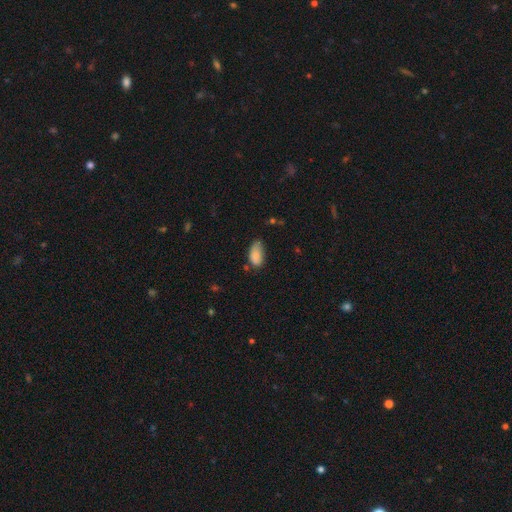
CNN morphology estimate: smooth-or-featured: smooth: 82% | featured or disk: 10% | star or artifact: 8%
  how-rounded: in between: 93% | round: 4% | cigar-shaped: 3%
  merging: none: 47% | minor disturbance: 40% | major disturbance: 10% | merger: 4%